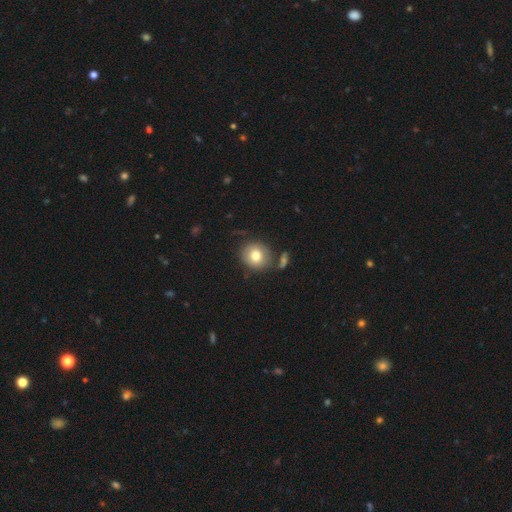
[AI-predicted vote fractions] Q: Smooth or featured?
A: smooth (76%); runner-up: featured or disk (15%)
Q: How rounded?
A: round (83%); runner-up: in between (16%)
Q: Merging?
A: none (77%); runner-up: minor disturbance (12%)